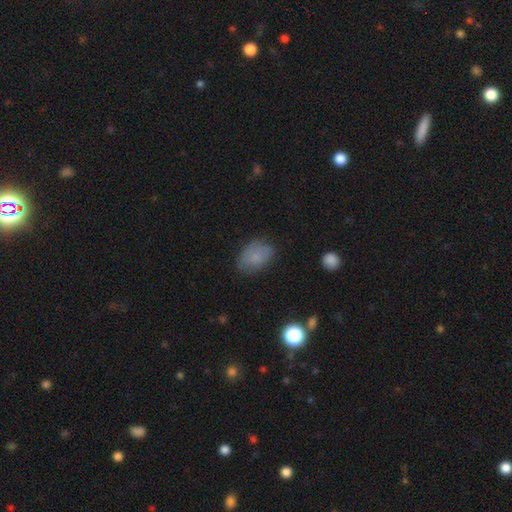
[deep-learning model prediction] Smooth or featured? Predicted: smooth (p=0.73). How rounded? Predicted: in between (p=0.81). Merging? Predicted: none (p=0.71).